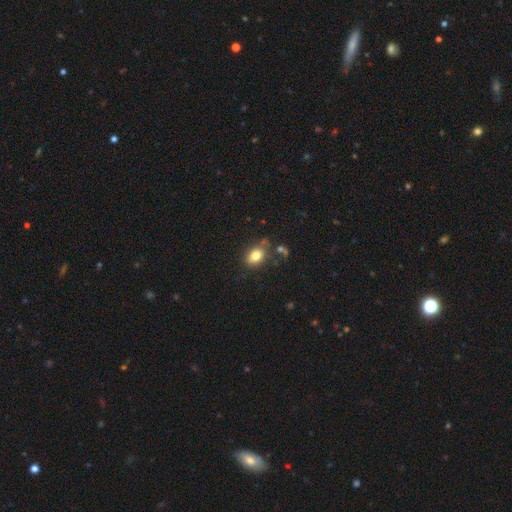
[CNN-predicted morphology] Smooth or featured? smooth (80%)
How rounded? in between (77%)
Merging? none (68%)